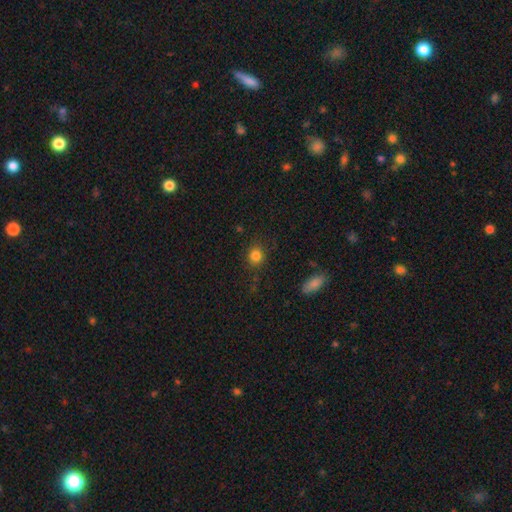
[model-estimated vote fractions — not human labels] This is clearly a smooth galaxy (83%). How rounded: clearly round (83%). Merging: clearly none (85%).